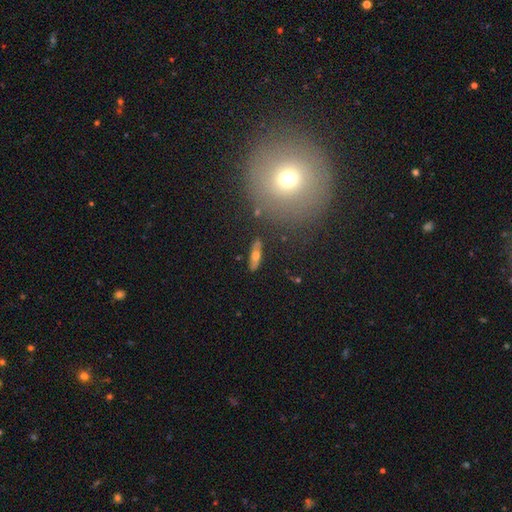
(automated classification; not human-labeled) Overall: smooth (51%; featured or disk 38%). How rounded: cigar-shaped (47%; in between 46%). Merging: none (80%).